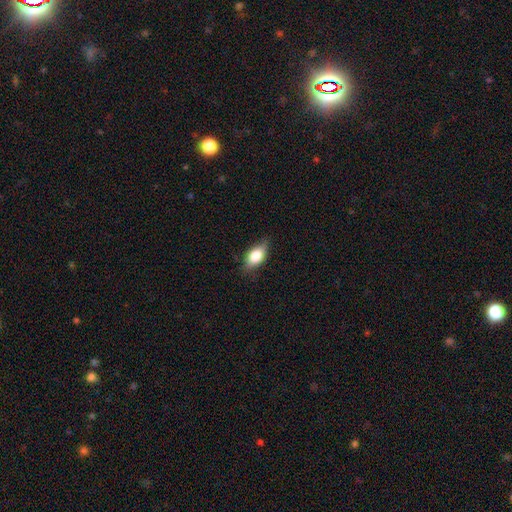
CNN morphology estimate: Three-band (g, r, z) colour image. It shows a smooth galaxy with no disk features (72%) that is in between round and cigar-shaped (84%). Merging: none (76%).